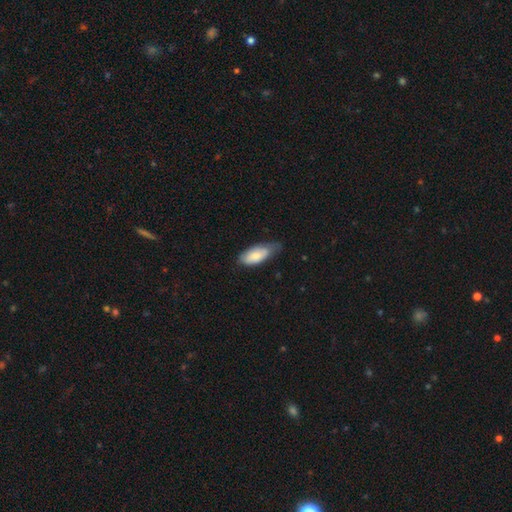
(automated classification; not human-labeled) Morphology: type=smooth (79%); roundness=in between (86%); merging=minor disturbance (45%).